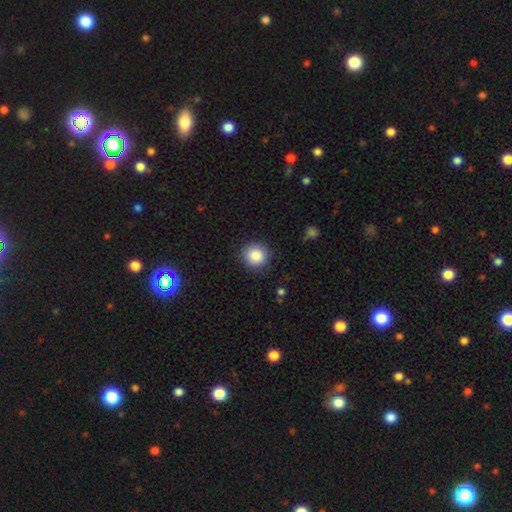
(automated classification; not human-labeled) Q: Smooth or featured?
A: smooth (87%); runner-up: star or artifact (9%)
Q: How rounded?
A: round (92%); runner-up: in between (7%)
Q: Merging?
A: none (89%); runner-up: minor disturbance (8%)